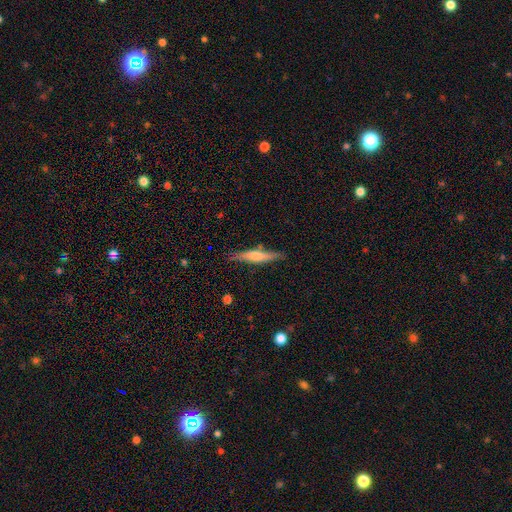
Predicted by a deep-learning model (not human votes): Smooth or featured? featured or disk (48%)
Merging? none (85%)